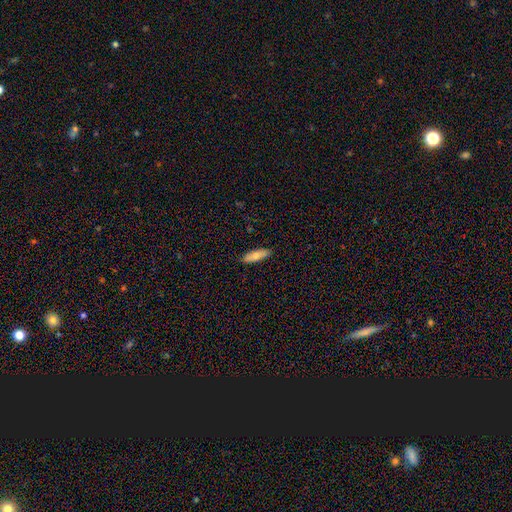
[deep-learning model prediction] This is likely a smooth galaxy (77%). How rounded: possibly cigar-shaped (53%). Merging: clearly none (88%).